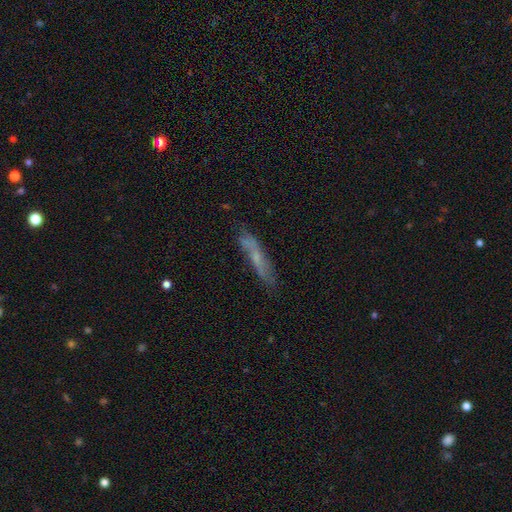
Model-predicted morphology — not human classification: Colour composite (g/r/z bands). It shows a featured or disk galaxy (46%). Merging: none (72%).